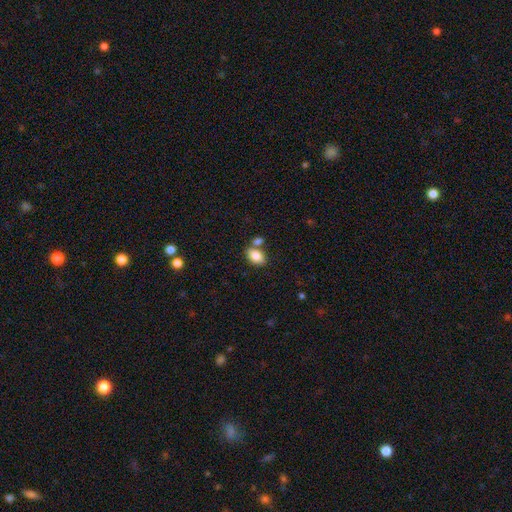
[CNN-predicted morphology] smooth 85%, star or artifact 8%, featured or disk 8%. Down the decision tree: how rounded — in between (87%); merging — none (60%).